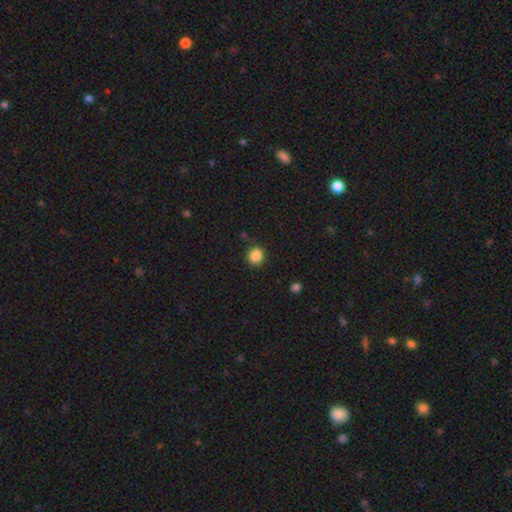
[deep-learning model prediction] Smooth or featured? smooth (86%)
How rounded? round (80%)
Merging? none (83%)